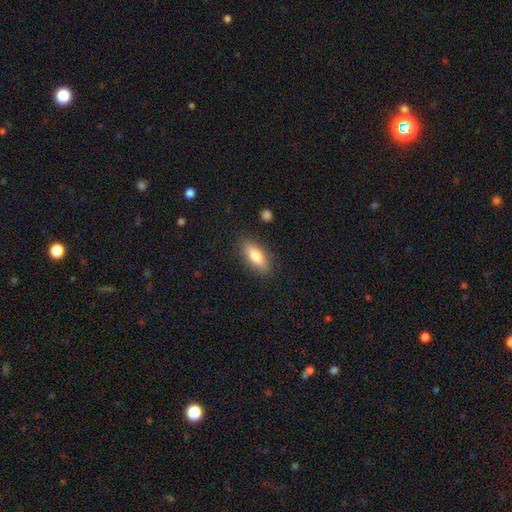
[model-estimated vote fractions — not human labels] Morphology: type=smooth (77%); roundness=in between (75%); merging=none (86%).